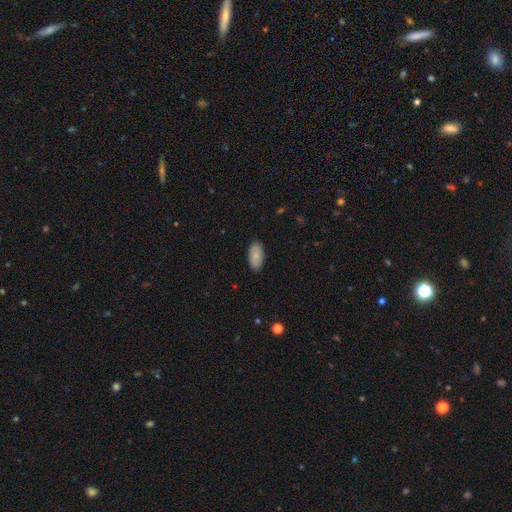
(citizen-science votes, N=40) Smooth or featured? 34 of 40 (85%) said smooth. How rounded? 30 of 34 (88%) said in between. Merging? 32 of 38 (84%) said none.